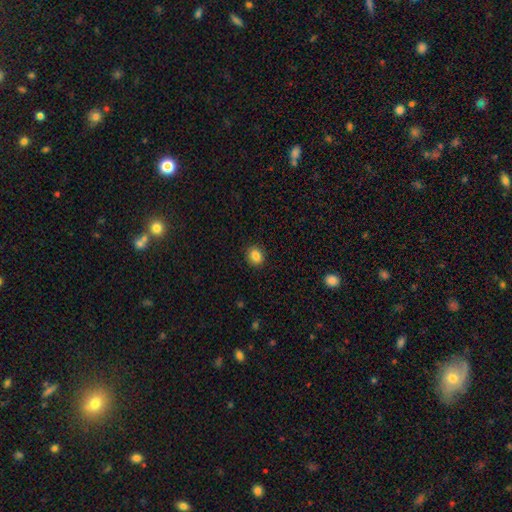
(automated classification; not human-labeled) Q: Smooth or featured?
A: smooth (85%); runner-up: star or artifact (10%)
Q: How rounded?
A: round (61%); runner-up: in between (38%)
Q: Merging?
A: none (89%); runner-up: minor disturbance (8%)